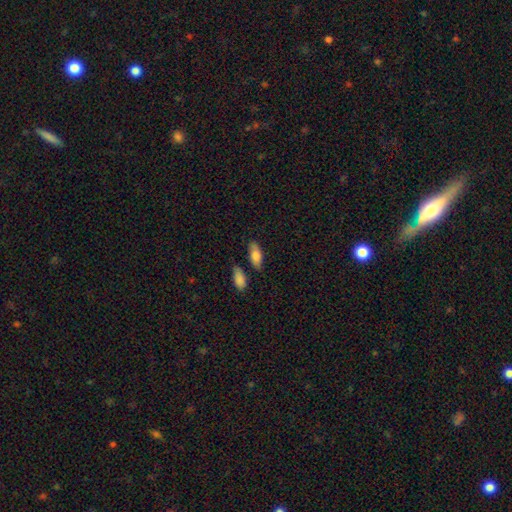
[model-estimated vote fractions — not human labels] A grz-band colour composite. It shows a smooth galaxy with no disk features (78%) that is in between round and cigar-shaped (81%). Merging: none (72%).